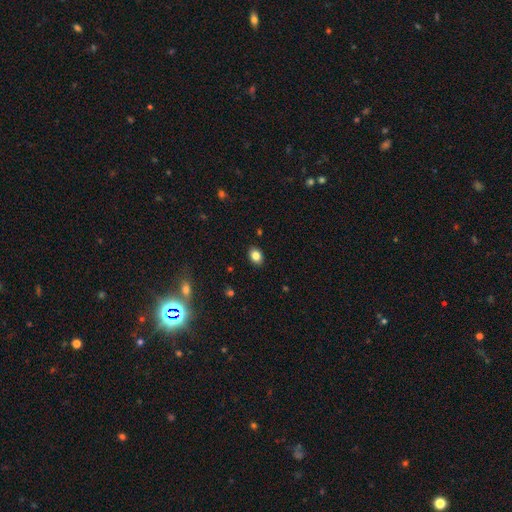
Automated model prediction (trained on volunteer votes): Smooth or featured?
  - smooth: 84% *
  - star or artifact: 10%
  - featured or disk: 6%
How rounded?
  - in between: 69% *
  - round: 30%
  - cigar-shaped: 1%
Merging?
  - none: 89% *
  - minor disturbance: 8%
  - major disturbance: 2%
  - merger: 1%